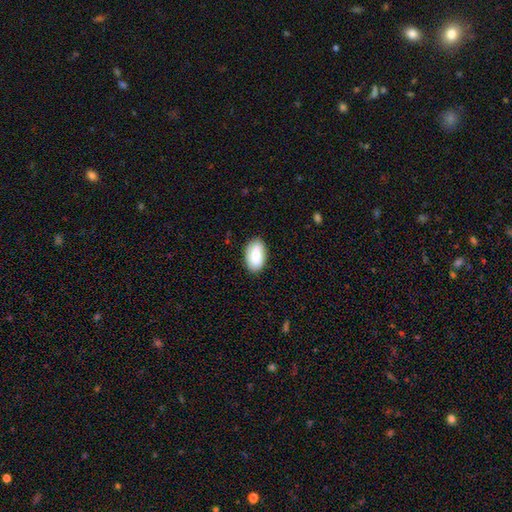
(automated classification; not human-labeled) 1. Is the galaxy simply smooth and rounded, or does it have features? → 79% smooth, 14% featured or disk, 7% star or artifact.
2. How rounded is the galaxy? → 94% in between, 4% round, 2% cigar-shaped.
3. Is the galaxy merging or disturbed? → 82% none, 14% minor disturbance, 3% major disturbance, 1% merger.